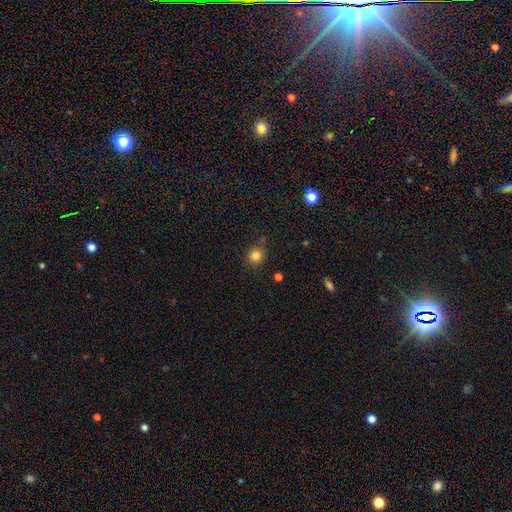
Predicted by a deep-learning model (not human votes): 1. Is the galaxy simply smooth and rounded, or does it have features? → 83% smooth, 12% star or artifact, 5% featured or disk.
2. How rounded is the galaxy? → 89% round, 10% in between, 1% cigar-shaped.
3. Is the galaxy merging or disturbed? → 82% none, 12% minor disturbance, 3% merger, 3% major disturbance.